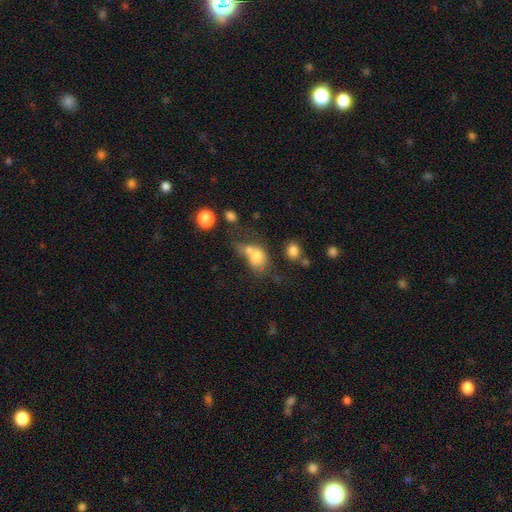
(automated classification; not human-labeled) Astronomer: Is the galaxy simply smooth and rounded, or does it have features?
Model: smooth — 72%.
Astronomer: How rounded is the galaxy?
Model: round — 50% (runner-up: in between, 48%).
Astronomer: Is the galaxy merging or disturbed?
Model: merger — 51%.